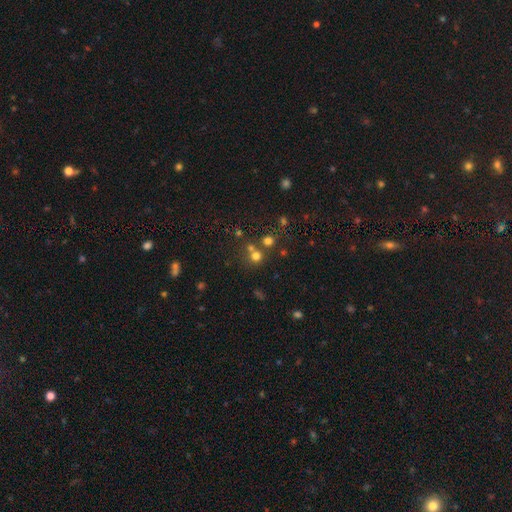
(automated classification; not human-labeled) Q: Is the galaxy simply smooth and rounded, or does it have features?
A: smooth — 67%.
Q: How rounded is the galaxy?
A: round — 87%.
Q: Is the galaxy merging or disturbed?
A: none — 58%.